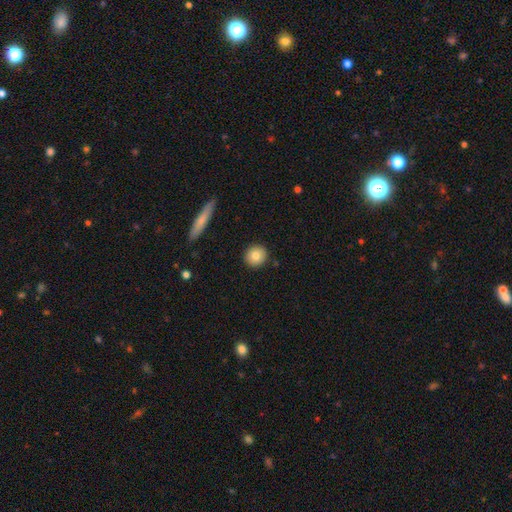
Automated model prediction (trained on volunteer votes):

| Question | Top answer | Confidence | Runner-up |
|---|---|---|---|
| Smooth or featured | smooth | 82% | featured or disk (10%) |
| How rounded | round | 92% | in between (6%) |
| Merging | none | 91% | minor disturbance (6%) |